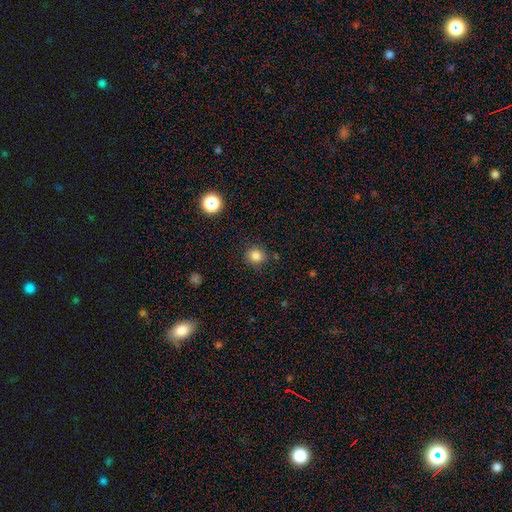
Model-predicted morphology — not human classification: Smooth or featured: smooth — 83% (star or artifact — 12%)
How rounded: round — 85% (in between — 14%)
Merging: none — 84% (minor disturbance — 10%)